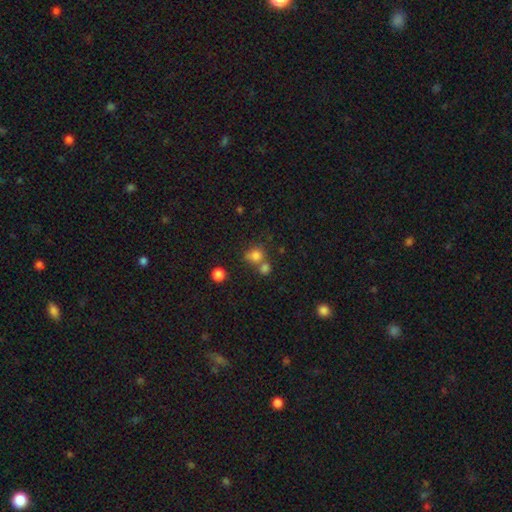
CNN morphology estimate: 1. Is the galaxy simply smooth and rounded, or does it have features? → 78% smooth, 14% star or artifact, 8% featured or disk.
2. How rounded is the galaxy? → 73% round, 26% in between, 1% cigar-shaped.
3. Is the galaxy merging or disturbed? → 48% none, 35% merger, 11% minor disturbance, 5% major disturbance.